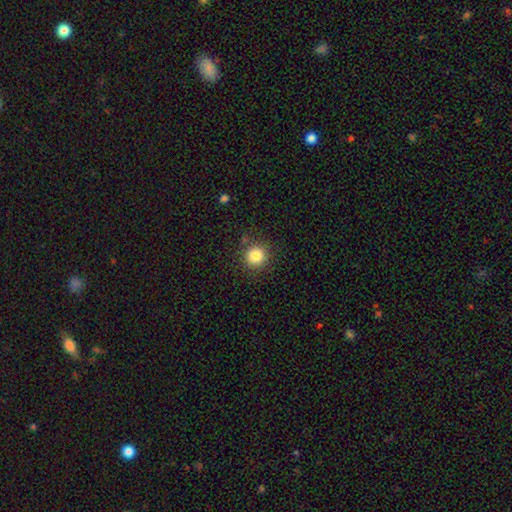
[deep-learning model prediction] This is clearly a smooth galaxy (83%). How rounded: clearly round (94%). Merging: clearly none (87%).